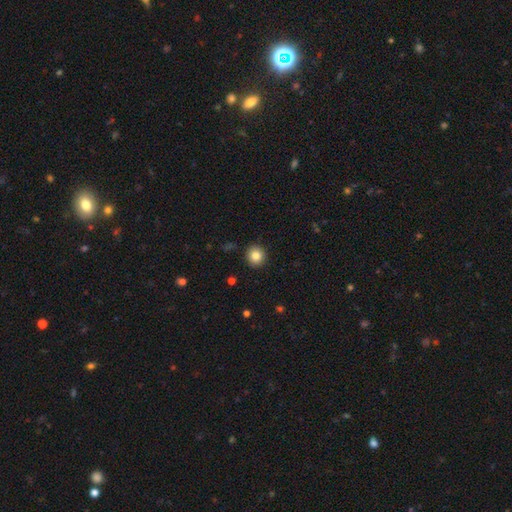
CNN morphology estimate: smooth_or_featured: smooth (p=0.83) [alt: star or artifact p=0.10]
how_rounded: round (p=0.92) [alt: in between p=0.07]
merging: none (p=0.92) [alt: minor disturbance p=0.06]